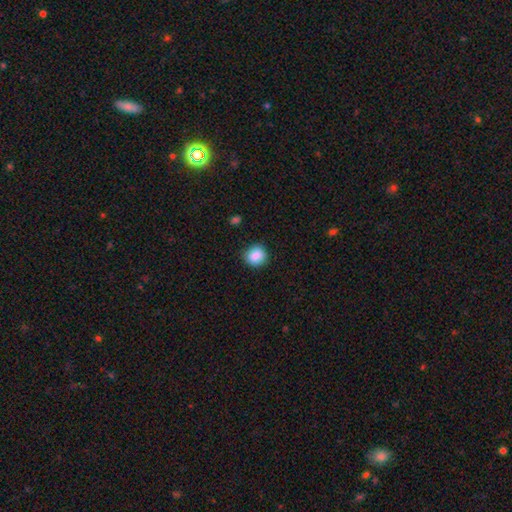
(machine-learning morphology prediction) A smooth galaxy with no disk features (87%) that is round (86%).

Vote fractions:
- Smooth or featured? smooth: 87% / star or artifact: 9% / featured or disk: 4%
- How rounded? round: 86% / in between: 13% / cigar-shaped: 1%
- Merging? none: 85% / minor disturbance: 11% / major disturbance: 2% / merger: 1%